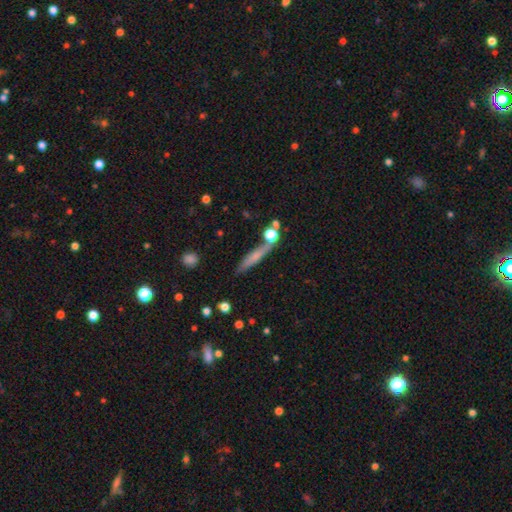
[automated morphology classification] smooth_or_featured: smooth (p=0.57) [alt: featured or disk p=0.34]
how_rounded: cigar-shaped (p=0.87) [alt: in between p=0.09]
merging: none (p=0.72) [alt: minor disturbance p=0.14]